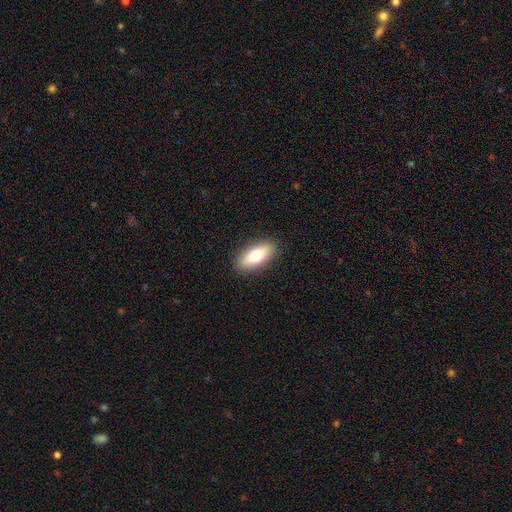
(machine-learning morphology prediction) A smooth galaxy with no disk features (70%) that is in between round and cigar-shaped (77%).

Vote fractions:
- Smooth or featured? smooth: 70% / featured or disk: 23% / star or artifact: 7%
- How rounded? in between: 77% / cigar-shaped: 19% / round: 4%
- Merging? none: 89% / minor disturbance: 8% / major disturbance: 2% / merger: 1%